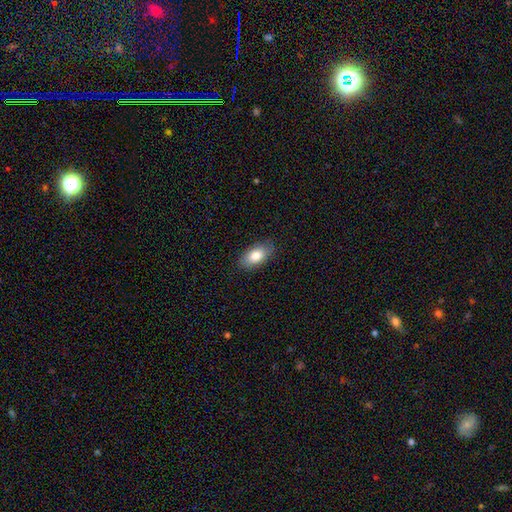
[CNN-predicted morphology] This is clearly a smooth galaxy (82%). How rounded: clearly in between (93%). Merging: clearly none (86%).